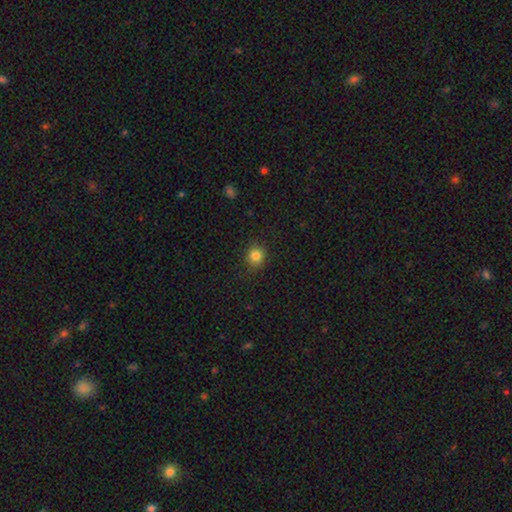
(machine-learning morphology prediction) This is clearly a smooth galaxy (83%). How rounded: clearly round (85%). Merging: clearly none (87%).